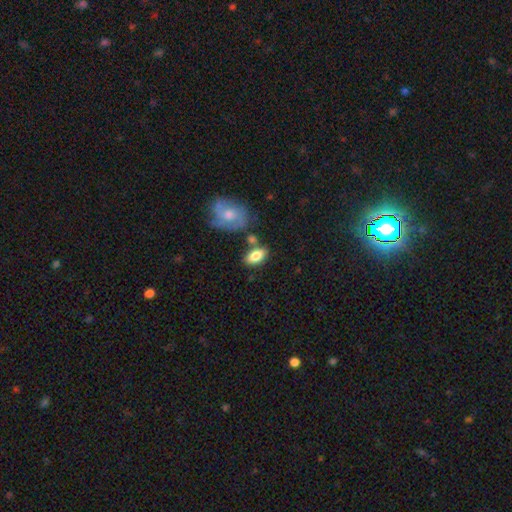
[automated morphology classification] A smooth galaxy with no disk features (83%) that is in between round and cigar-shaped (90%).

Vote fractions:
- Smooth or featured? smooth: 83% / featured or disk: 11% / star or artifact: 7%
- How rounded? in between: 90% / round: 5% / cigar-shaped: 4%
- Merging? none: 67% / minor disturbance: 16% / merger: 13% / major disturbance: 4%